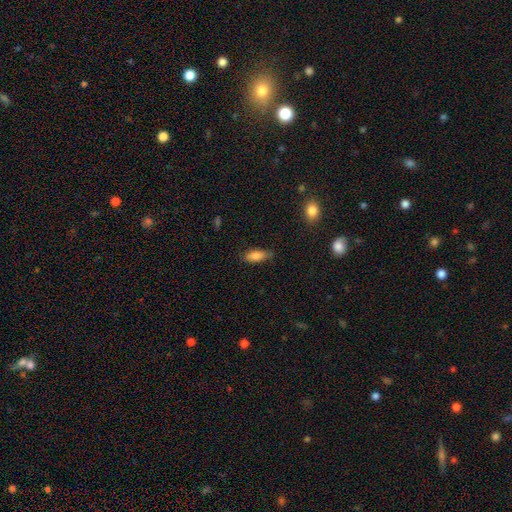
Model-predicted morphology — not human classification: This is clearly a smooth galaxy (82%). How rounded: likely in between (78%). Merging: likely none (72%).